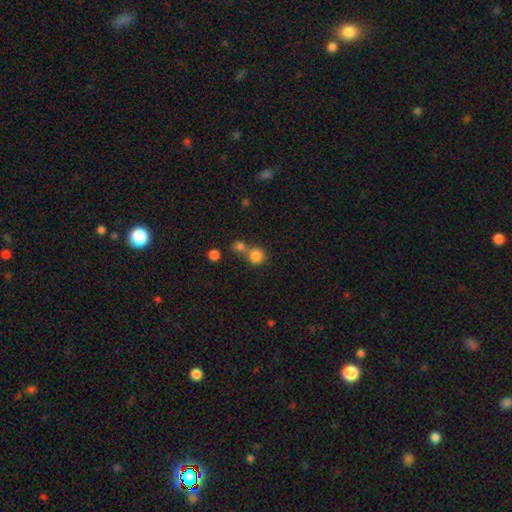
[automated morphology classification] Smooth or featured? smooth (82%)
How rounded? round (90%)
Merging? none (54%)